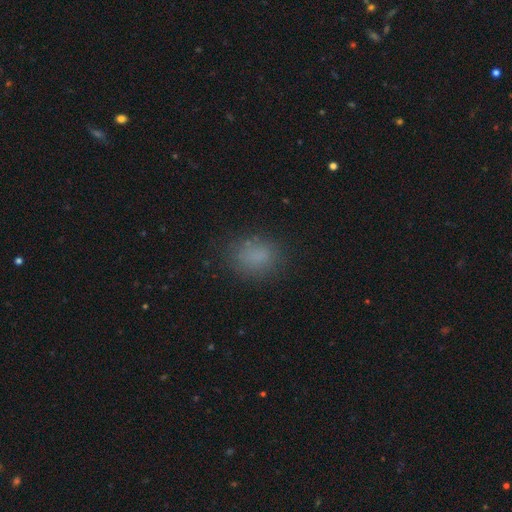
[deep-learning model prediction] A smooth galaxy with no disk features (79%) that is in between round and cigar-shaped (60%). Merging: none (79%).